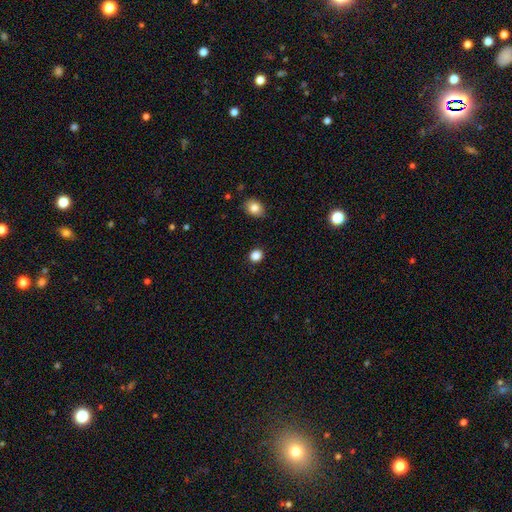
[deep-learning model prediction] The model was most divided on "how rounded": round: 79%, in between: 20%, cigar-shaped: 1%. More confident: merging — none (90%); smooth or featured — smooth (85%).